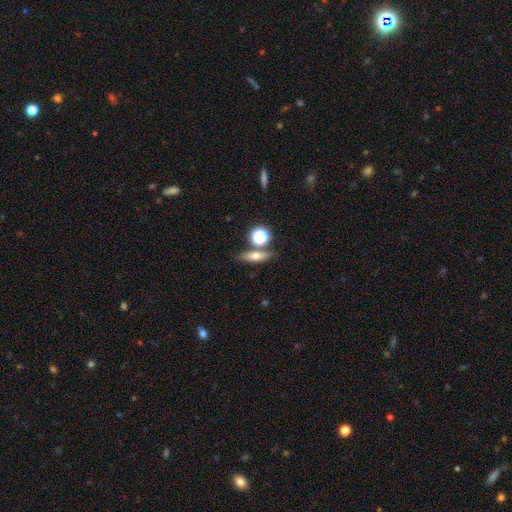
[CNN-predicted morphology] smooth_or_featured: smooth (p=0.53) [alt: featured or disk p=0.34]
how_rounded: cigar-shaped (p=0.52) [alt: in between p=0.31]
merging: none (p=0.70) [alt: merger p=0.15]